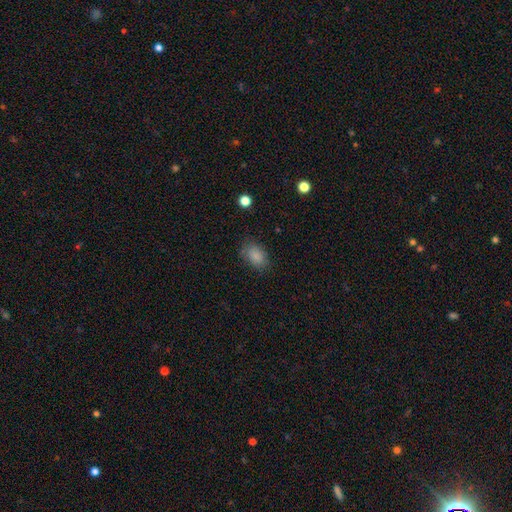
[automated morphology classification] Q: Smooth or featured?
A: smooth (86%); runner-up: star or artifact (9%)
Q: How rounded?
A: in between (82%); runner-up: round (17%)
Q: Merging?
A: none (80%); runner-up: minor disturbance (15%)